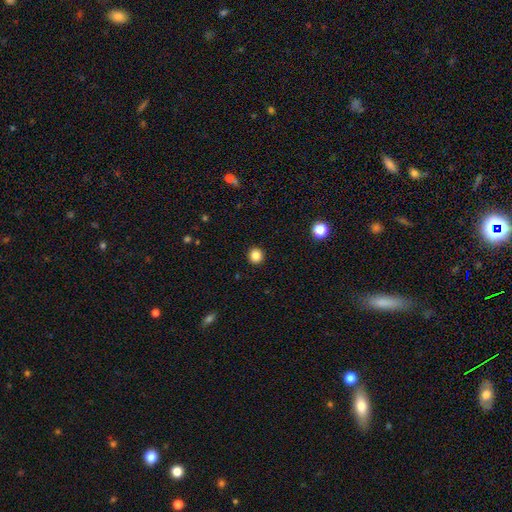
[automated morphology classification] Q: Smooth or featured?
A: smooth (85%); runner-up: star or artifact (11%)
Q: How rounded?
A: round (94%); runner-up: in between (5%)
Q: Merging?
A: none (93%); runner-up: minor disturbance (4%)